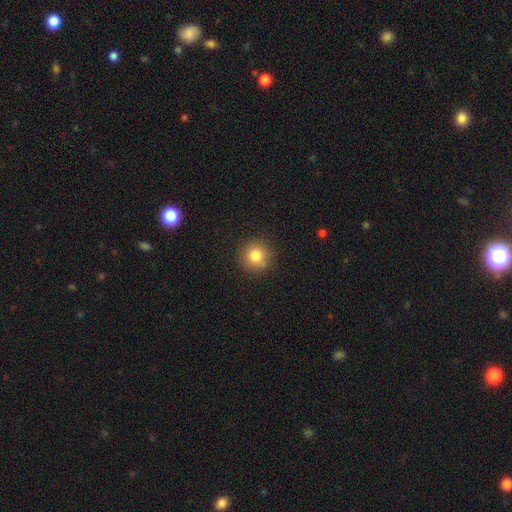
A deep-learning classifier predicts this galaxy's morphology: Overall: smooth (82%). How rounded: round (93%). Merging: none (89%).